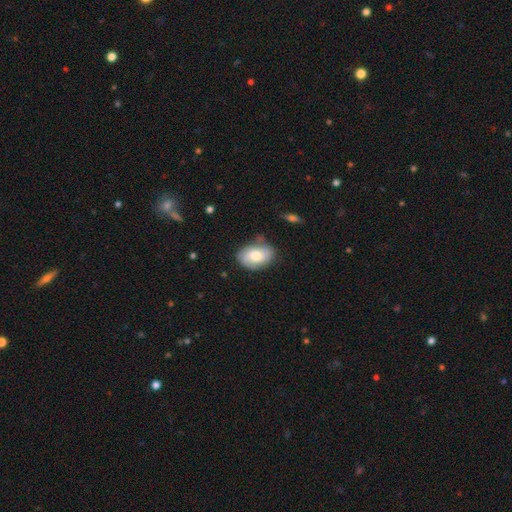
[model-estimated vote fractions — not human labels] Smooth or featured? smooth (50%)
Merging? none (66%)